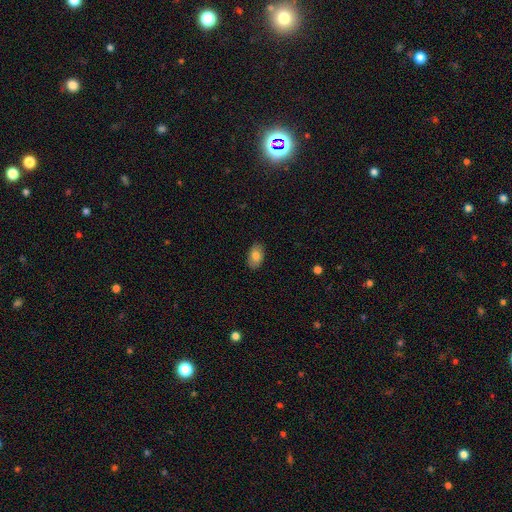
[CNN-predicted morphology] smooth 81%, featured or disk 12%, star or artifact 7%. Down the decision tree: how rounded — in between (91%); merging — none (87%).